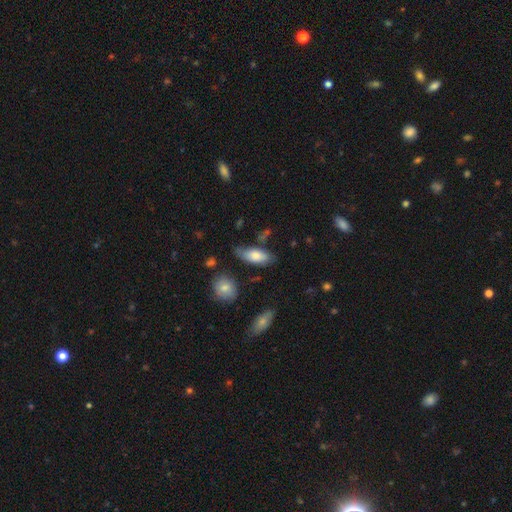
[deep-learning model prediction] Smooth or featured? smooth (77%)
How rounded? in between (83%)
Merging? none (64%)